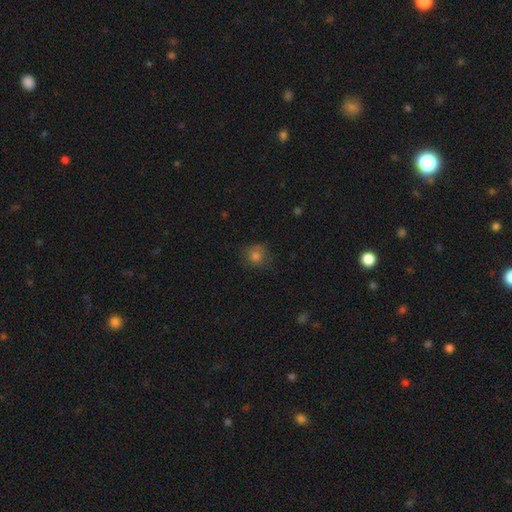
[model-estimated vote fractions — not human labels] Morphology: type=smooth (74%); roundness=round (83%); merging=none (69%).